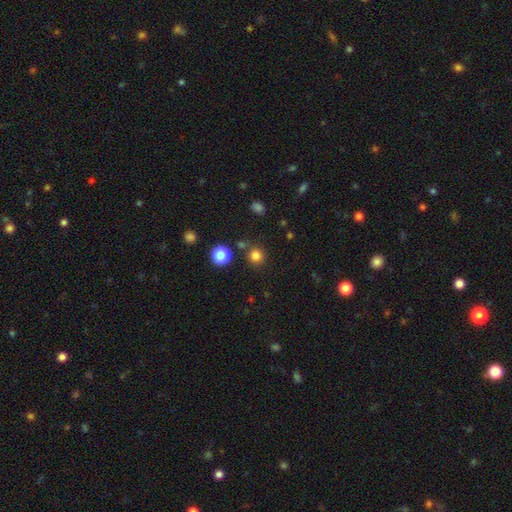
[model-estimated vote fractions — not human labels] smooth_or_featured: smooth (p=0.80) [alt: star or artifact p=0.15]
how_rounded: round (p=0.92) [alt: in between p=0.07]
merging: none (p=0.84) [alt: minor disturbance p=0.07]